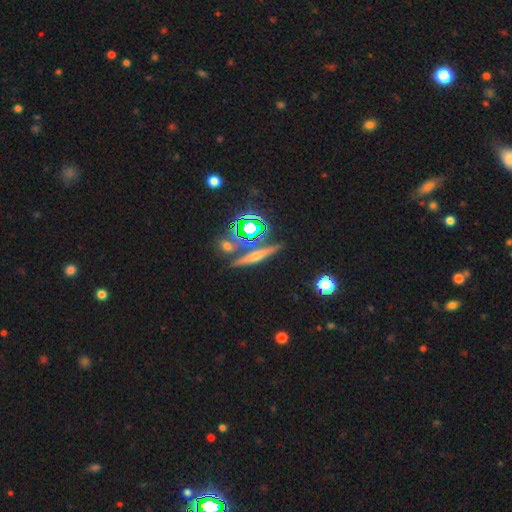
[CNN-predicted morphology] Smooth or featured: featured or disk — 40% (smooth — 32%)
Merging: none — 78% (merger — 9%)